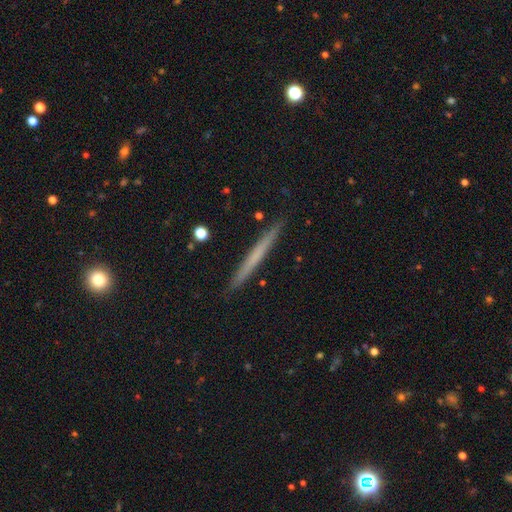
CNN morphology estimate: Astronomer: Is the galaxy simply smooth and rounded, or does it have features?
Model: smooth — 51% (runner-up: featured or disk, 43%).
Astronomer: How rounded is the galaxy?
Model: cigar-shaped — 97%.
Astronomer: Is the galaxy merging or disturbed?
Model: none — 92%.